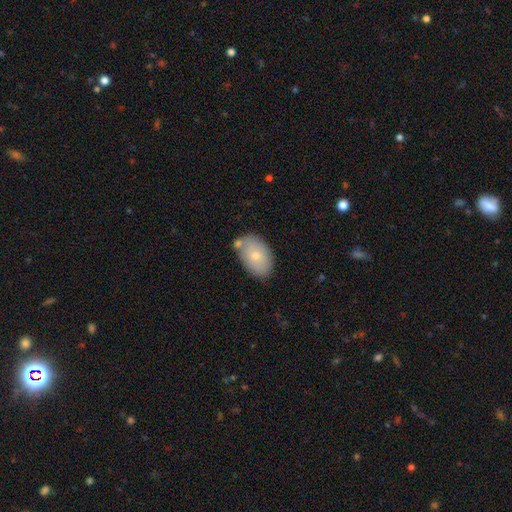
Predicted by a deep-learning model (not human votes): The model was most divided on "merging": none: 69%, minor disturbance: 18%, merger: 9%, major disturbance: 4%. More confident: how rounded — in between (90%); smooth or featured — smooth (73%).